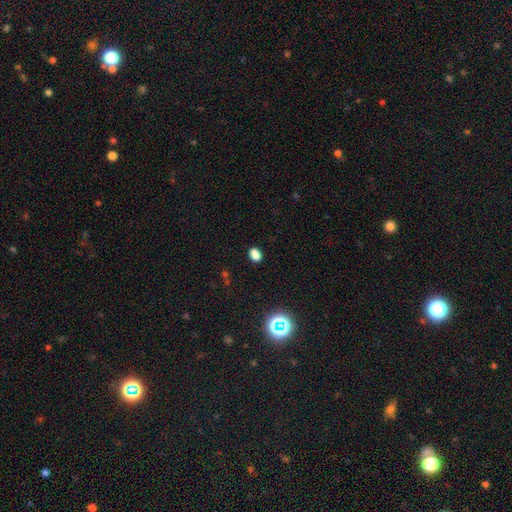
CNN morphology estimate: smooth_or_featured: smooth (p=0.74) [alt: star or artifact p=0.19]
how_rounded: in between (p=0.66) [alt: round p=0.33]
merging: none (p=0.72) [alt: minor disturbance p=0.13]